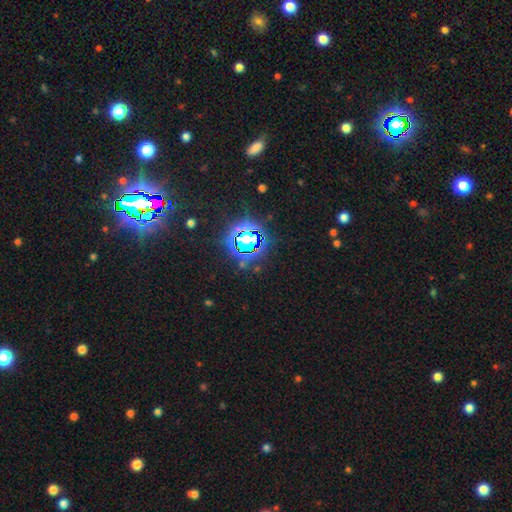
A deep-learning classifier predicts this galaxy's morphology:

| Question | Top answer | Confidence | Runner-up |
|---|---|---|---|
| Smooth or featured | star or artifact | 82% | smooth (11%) |